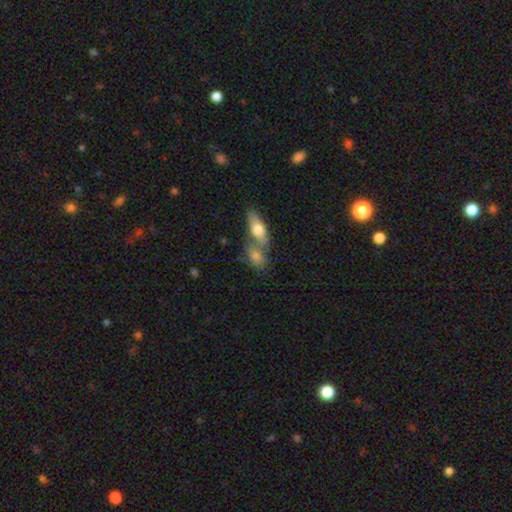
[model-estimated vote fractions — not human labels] Q: Smooth or featured?
A: smooth (73%); runner-up: featured or disk (19%)
Q: How rounded?
A: in between (75%); runner-up: round (13%)
Q: Merging?
A: merger (56%); runner-up: none (31%)